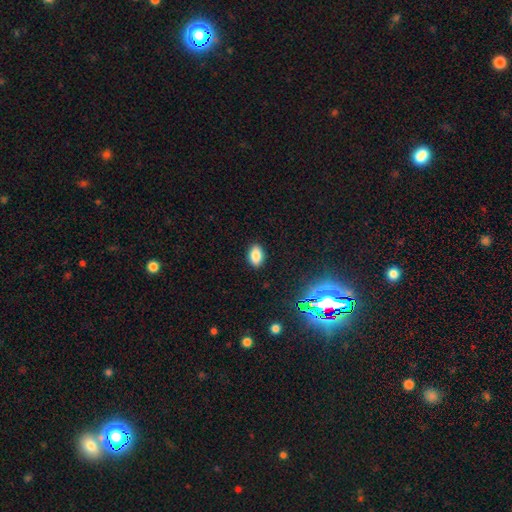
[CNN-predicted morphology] smooth-or-featured: smooth: 82% | star or artifact: 11% | featured or disk: 7%
  how-rounded: in between: 88% | round: 10% | cigar-shaped: 2%
  merging: none: 89% | minor disturbance: 8% | major disturbance: 2% | merger: 1%